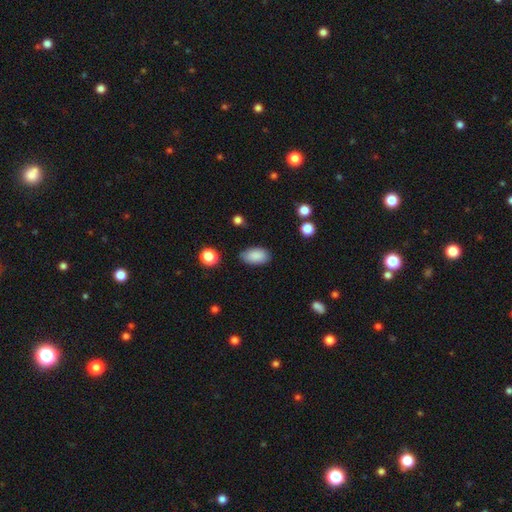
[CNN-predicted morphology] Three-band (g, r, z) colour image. It shows a smooth galaxy with no disk features (88%) that is in between round and cigar-shaped (94%). Merging: none (82%).